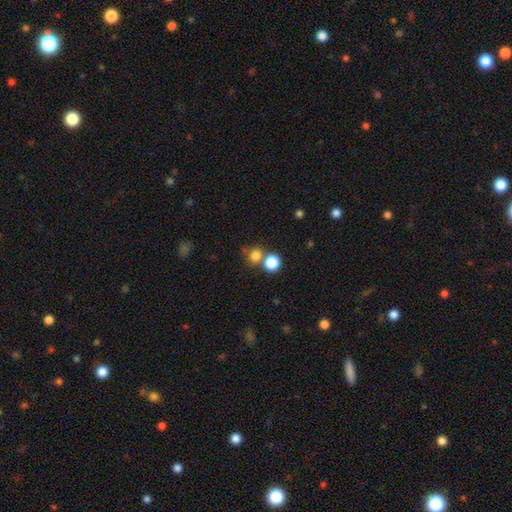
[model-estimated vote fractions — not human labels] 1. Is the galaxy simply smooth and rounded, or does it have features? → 79% smooth, 15% star or artifact, 7% featured or disk.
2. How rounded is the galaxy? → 83% round, 16% in between, 1% cigar-shaped.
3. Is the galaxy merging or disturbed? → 59% none, 29% merger, 8% minor disturbance, 4% major disturbance.